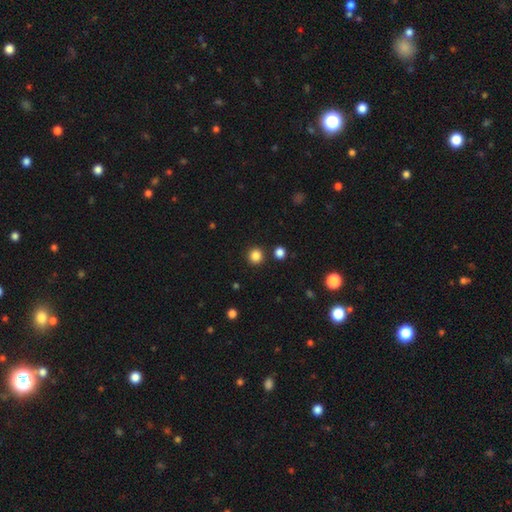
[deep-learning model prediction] A smooth galaxy with no disk features (85%) that is round (93%).

Vote fractions:
- Smooth or featured? smooth: 85% / star or artifact: 12% / featured or disk: 3%
- How rounded? round: 93% / in between: 6% / cigar-shaped: 1%
- Merging? none: 90% / minor disturbance: 5% / merger: 3% / major disturbance: 2%